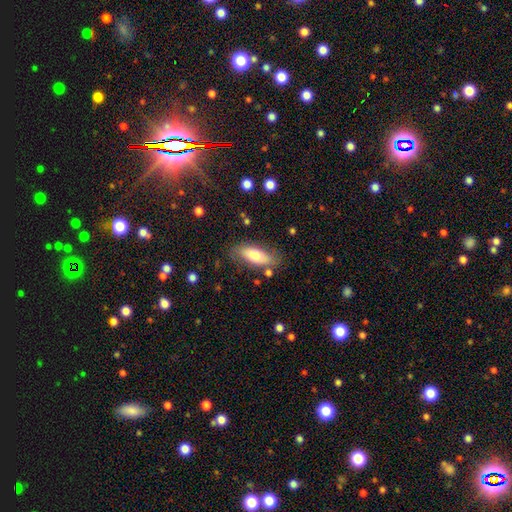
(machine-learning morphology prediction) The model was most divided on "smooth or featured": smooth: 69%, featured or disk: 24%, star or artifact: 7%. More confident: merging — none (75%); how rounded — in between (75%).